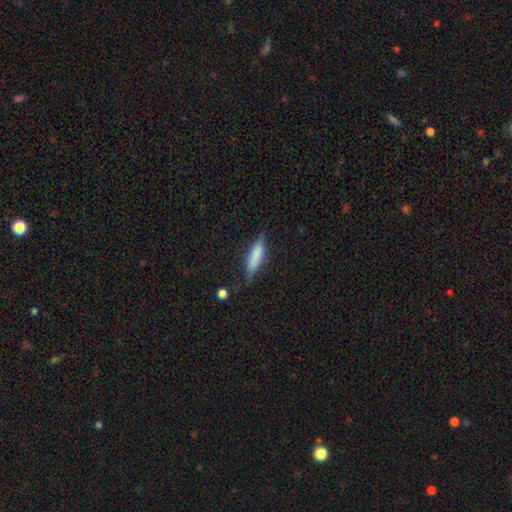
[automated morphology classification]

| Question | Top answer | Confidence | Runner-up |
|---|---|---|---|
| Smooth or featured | smooth | 68% | featured or disk (24%) |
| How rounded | cigar-shaped | 62% | in between (36%) |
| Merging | none | 64% | minor disturbance (25%) |